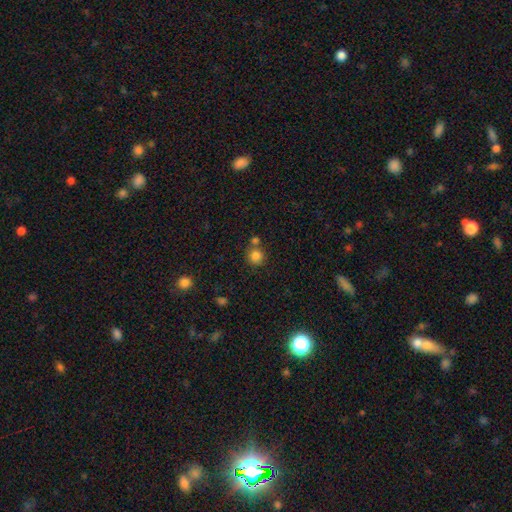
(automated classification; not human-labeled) This is clearly a smooth galaxy (83%). How rounded: clearly round (92%). Merging: likely none (66%).